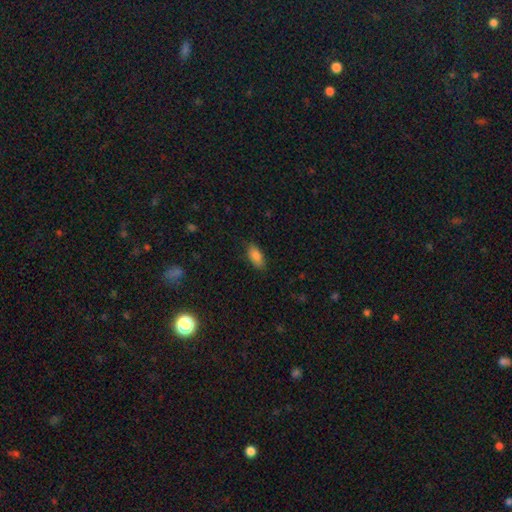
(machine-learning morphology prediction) A smooth galaxy with no disk features (85%) that is in between round and cigar-shaped (88%). Merging: none (82%).